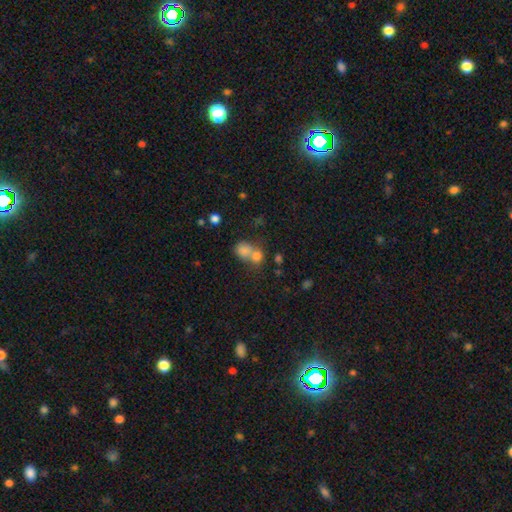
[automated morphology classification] A smooth galaxy with no disk features (77%) that is round (64%). Merging: merger (60%).